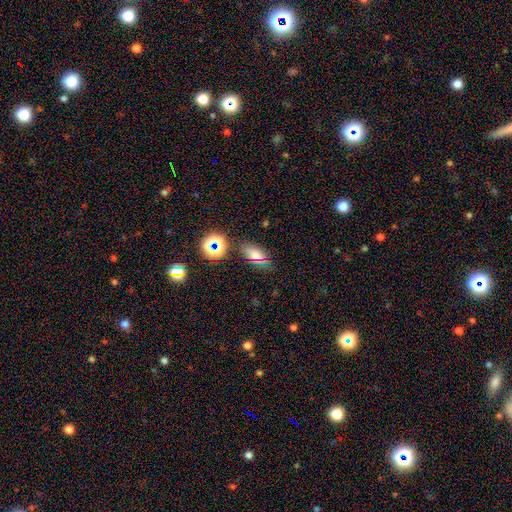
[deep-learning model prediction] A smooth galaxy with no disk features (64%) that is in between round and cigar-shaped (83%).

Vote fractions:
- Smooth or featured? smooth: 64% / star or artifact: 25% / featured or disk: 11%
- How rounded? in between: 83% / round: 12% / cigar-shaped: 5%
- Merging? none: 80% / minor disturbance: 12% / major disturbance: 4% / merger: 4%